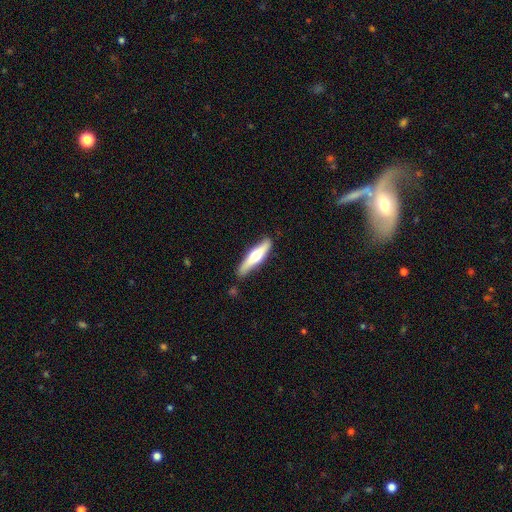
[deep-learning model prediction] Q: Smooth or featured?
A: featured or disk (49%); runner-up: smooth (46%)
Q: Merging?
A: none (83%); runner-up: minor disturbance (12%)